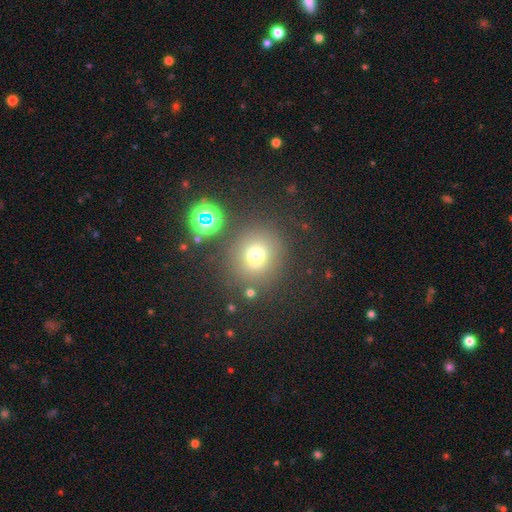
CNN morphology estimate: A smooth galaxy with no disk features (70%) that is round (90%).

Vote fractions:
- Smooth or featured? smooth: 70% / star or artifact: 20% / featured or disk: 10%
- How rounded? round: 90% / in between: 9% / cigar-shaped: 1%
- Merging? none: 80% / minor disturbance: 9% / merger: 6% / major disturbance: 5%